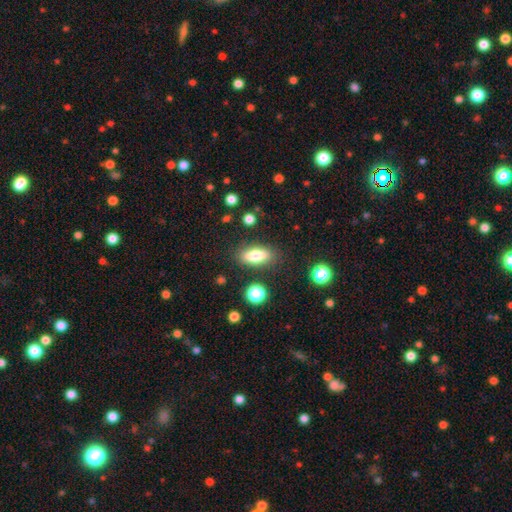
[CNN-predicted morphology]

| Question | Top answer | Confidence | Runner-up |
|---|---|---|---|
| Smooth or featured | smooth | 74% | featured or disk (17%) |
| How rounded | in between | 73% | cigar-shaped (23%) |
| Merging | none | 83% | minor disturbance (11%) |